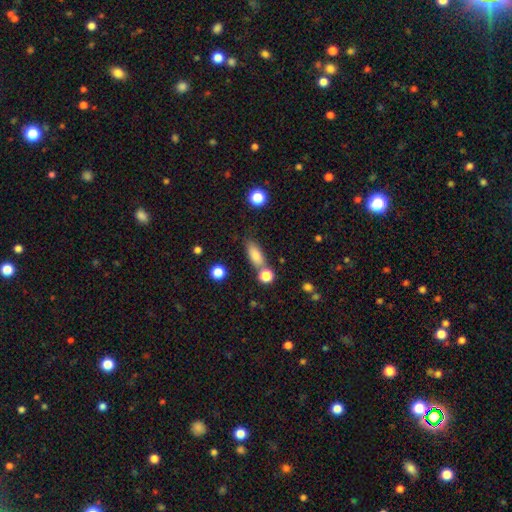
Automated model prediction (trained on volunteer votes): This is clearly a smooth galaxy (82%). How rounded: likely in between (75%). Merging: likely none (65%).